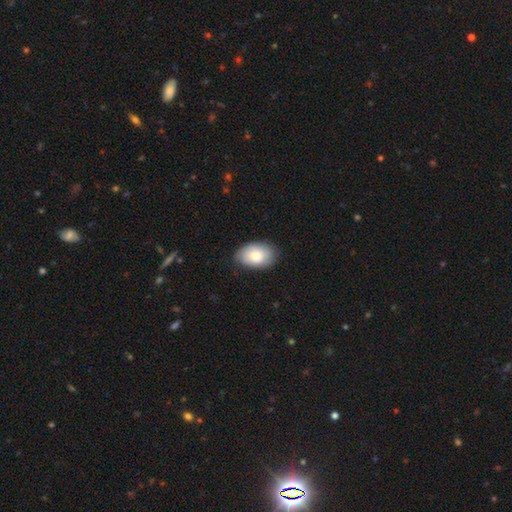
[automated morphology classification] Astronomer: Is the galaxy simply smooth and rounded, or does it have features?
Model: smooth — 81%.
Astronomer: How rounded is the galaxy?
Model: in between — 90%.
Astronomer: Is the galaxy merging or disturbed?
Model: none — 78%.